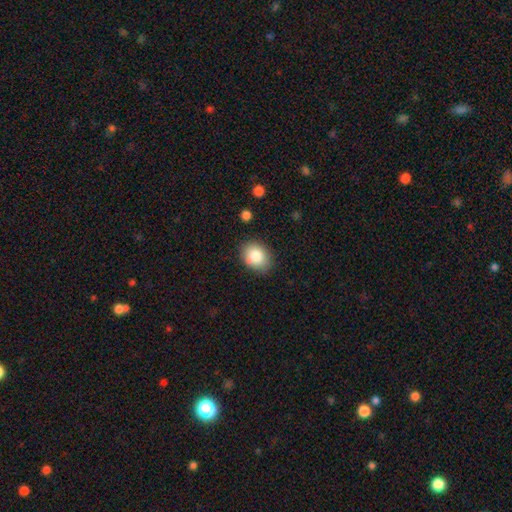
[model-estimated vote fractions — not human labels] smooth-or-featured: smooth: 83% | star or artifact: 9% | featured or disk: 8%
  how-rounded: in between: 54% | round: 45% | cigar-shaped: 1%
  merging: none: 80% | minor disturbance: 14% | major disturbance: 3% | merger: 3%